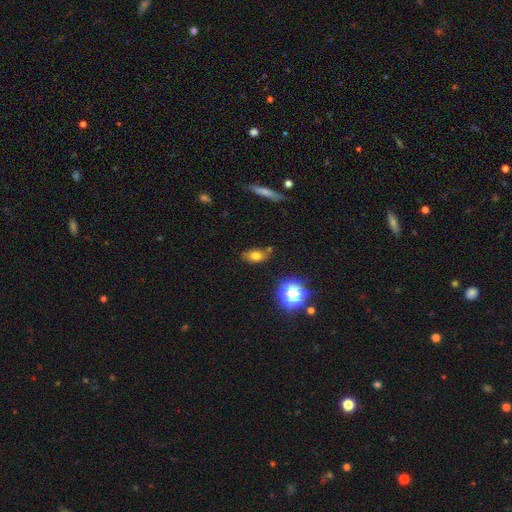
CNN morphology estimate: smooth 72%, star or artifact 16%, featured or disk 12%. Down the decision tree: how rounded — in between (80%); merging — none (75%).